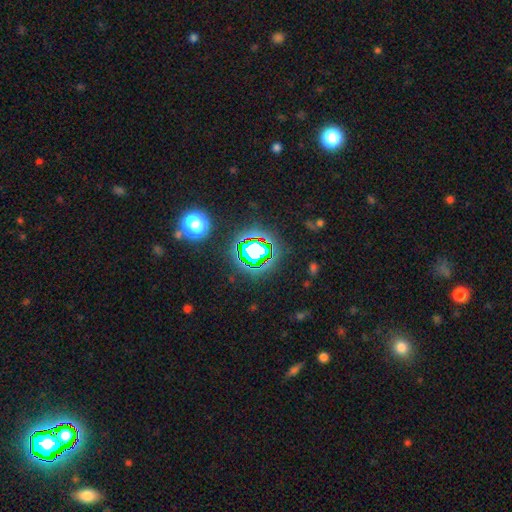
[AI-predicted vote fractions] smooth-or-featured: star or artifact: 76% | smooth: 16% | featured or disk: 8%